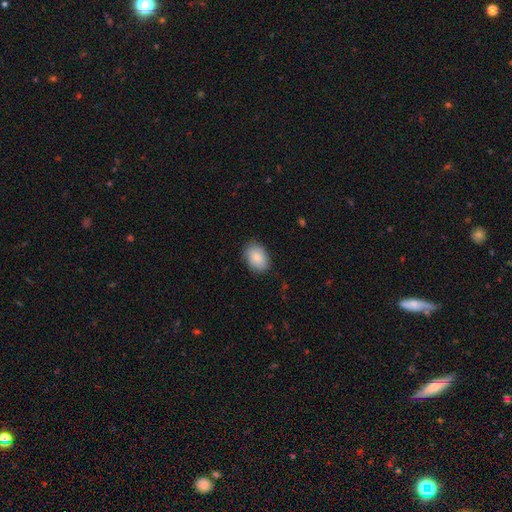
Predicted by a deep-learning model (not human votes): Q: Smooth or featured?
A: smooth (86%); runner-up: featured or disk (7%)
Q: How rounded?
A: in between (81%); runner-up: round (18%)
Q: Merging?
A: none (84%); runner-up: minor disturbance (12%)